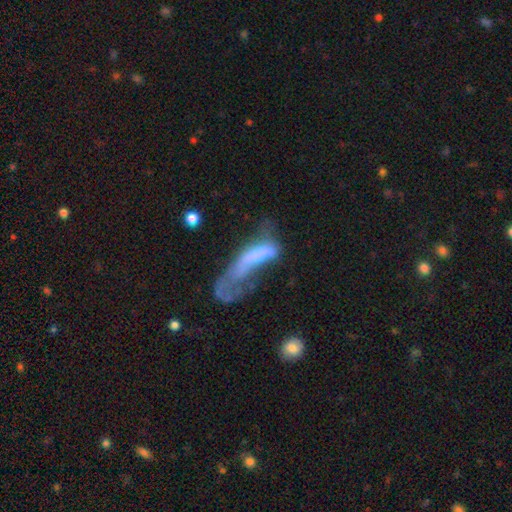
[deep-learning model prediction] This is possibly a smooth galaxy (49%). Merging: possibly major disturbance (59%).